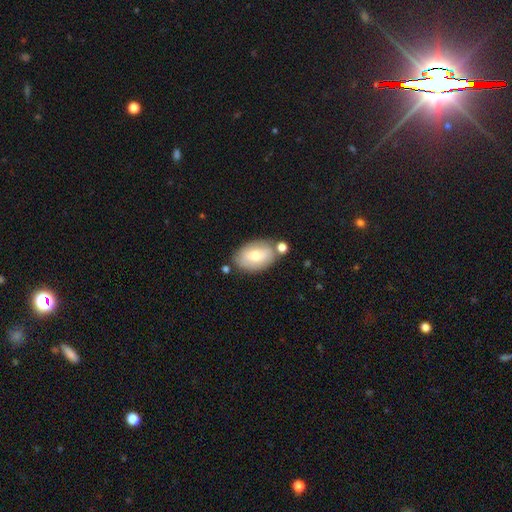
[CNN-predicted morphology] This appears to be a smooth galaxy with no disk features (68%) that is in between round and cigar-shaped (90%). Merging: none (66%).